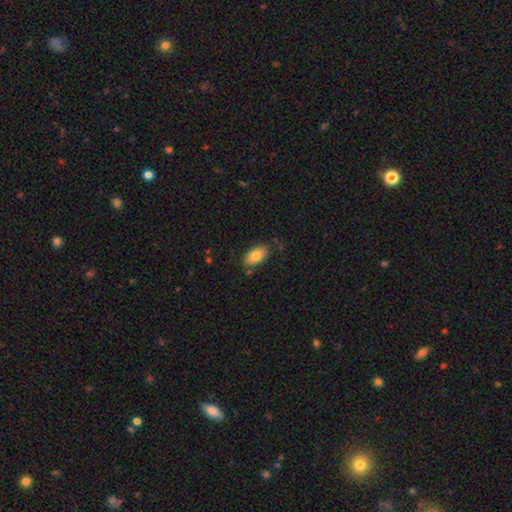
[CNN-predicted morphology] Smooth or featured: smooth — 81% (featured or disk — 12%)
How rounded: in between — 93% (round — 4%)
Merging: none — 76% (minor disturbance — 17%)